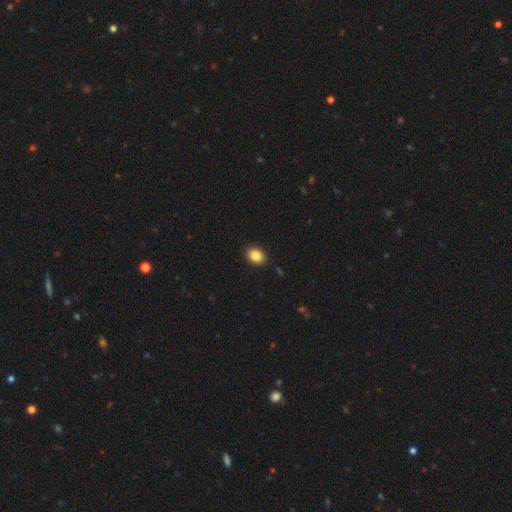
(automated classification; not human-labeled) smooth-or-featured: smooth: 87% | star or artifact: 9% | featured or disk: 4%
  how-rounded: in between: 59% | round: 40% | cigar-shaped: 1%
  merging: none: 90% | minor disturbance: 7% | major disturbance: 2% | merger: 1%